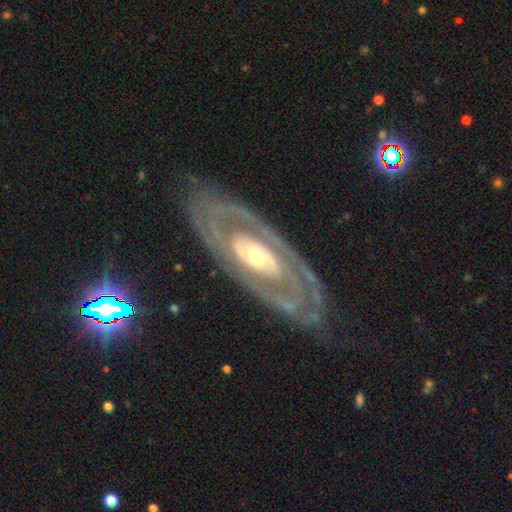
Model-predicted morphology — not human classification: This appears to be a featured or disk galaxy (85%) with no bar (72%), 2 (47%) tight (67%) spiral arms (73%) and a moderate central bulge (53%). Merging: none (78%).